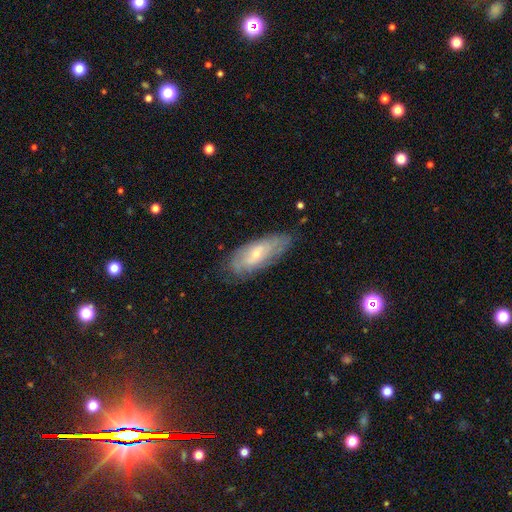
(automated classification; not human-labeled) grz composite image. It shows a featured or disk galaxy (55%). Merging: none (76%).